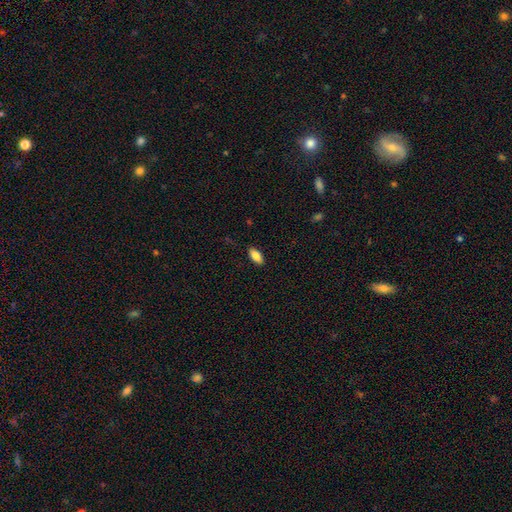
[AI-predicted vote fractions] The model was most divided on "merging": none: 87%, minor disturbance: 10%, major disturbance: 2%, merger: 1%. More confident: how rounded — in between (89%); smooth or featured — smooth (85%).